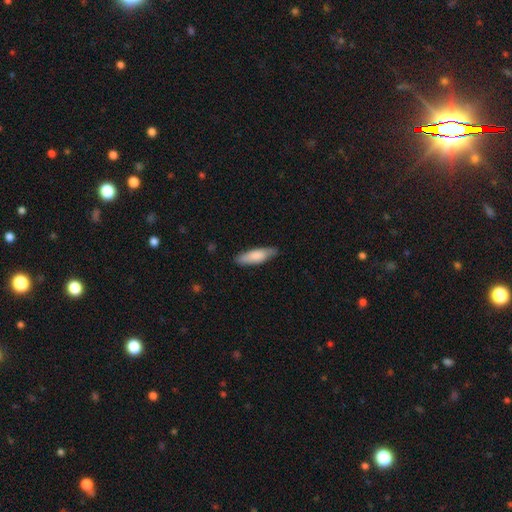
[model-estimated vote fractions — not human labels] Smooth or featured? smooth (80%)
How rounded? cigar-shaped (52%)
Merging? none (80%)